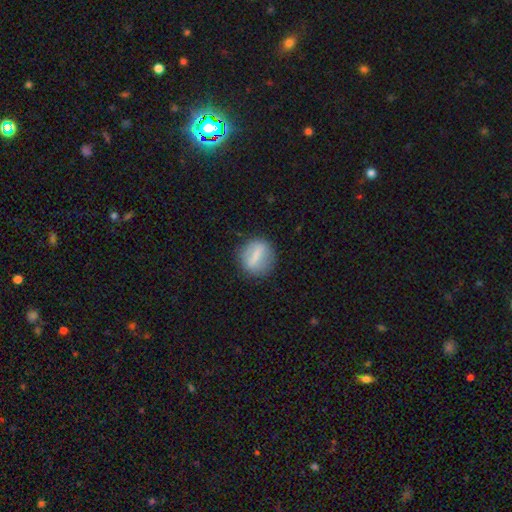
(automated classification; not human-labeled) This is possibly a smooth galaxy (59%). How rounded: likely round (65%). Merging: clearly none (82%).